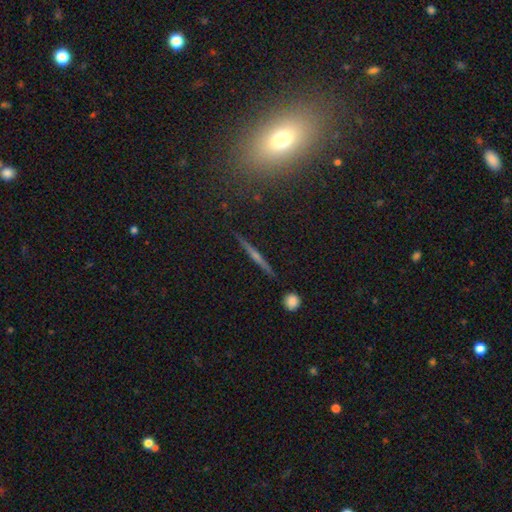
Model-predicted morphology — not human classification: smooth_or_featured: featured or disk (p=0.60) [alt: smooth p=0.28]
disk_edge_on: yes (p=0.97) [alt: no p=0.03]
edge_on_bulge: rounded (p=0.54) [alt: none p=0.37]
merging: none (p=0.90) [alt: minor disturbance p=0.06]